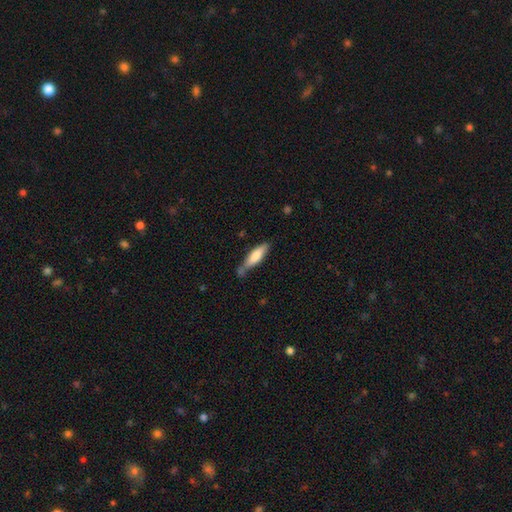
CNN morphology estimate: Overall: smooth (75%). How rounded: cigar-shaped (56%; in between 42%). Merging: none (54%; minor disturbance 26%).